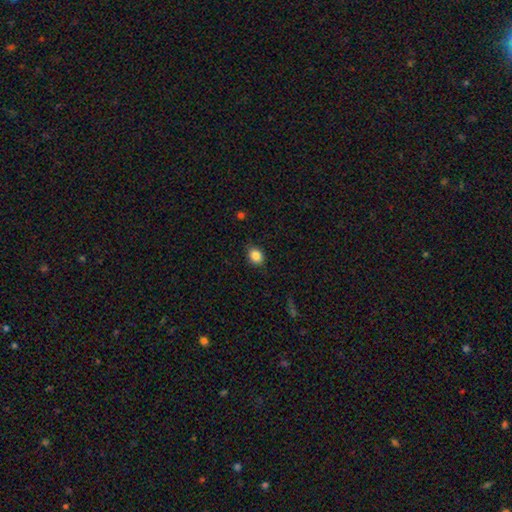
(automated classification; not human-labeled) smooth-or-featured: smooth: 86% | star or artifact: 10% | featured or disk: 5%
  how-rounded: round: 52% | in between: 47% | cigar-shaped: 1%
  merging: none: 85% | minor disturbance: 11% | major disturbance: 3% | merger: 1%